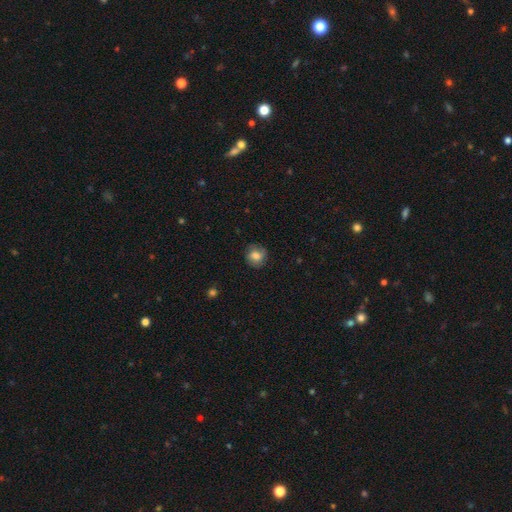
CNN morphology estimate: smooth_or_featured: smooth (p=0.74) [alt: featured or disk p=0.16]
how_rounded: round (p=0.82) [alt: in between p=0.17]
merging: none (p=0.76) [alt: minor disturbance p=0.17]